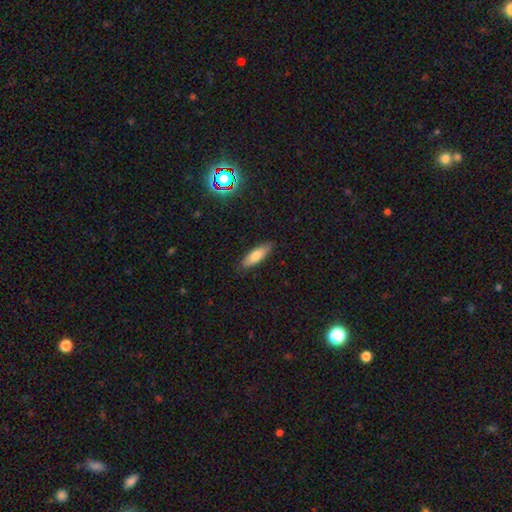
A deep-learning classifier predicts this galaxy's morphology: Smooth or featured?
  - smooth: 75% *
  - featured or disk: 18%
  - star or artifact: 8%
How rounded?
  - in between: 57% *
  - cigar-shaped: 42%
  - round: 2%
Merging?
  - none: 86% *
  - minor disturbance: 11%
  - major disturbance: 2%
  - merger: 1%